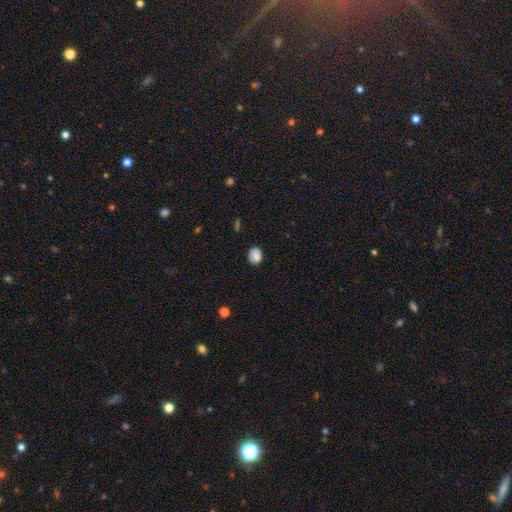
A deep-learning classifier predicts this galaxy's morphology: Smooth or featured? Predicted: smooth (p=0.86). How rounded? Predicted: in between (p=0.56). Merging? Predicted: none (p=0.82).